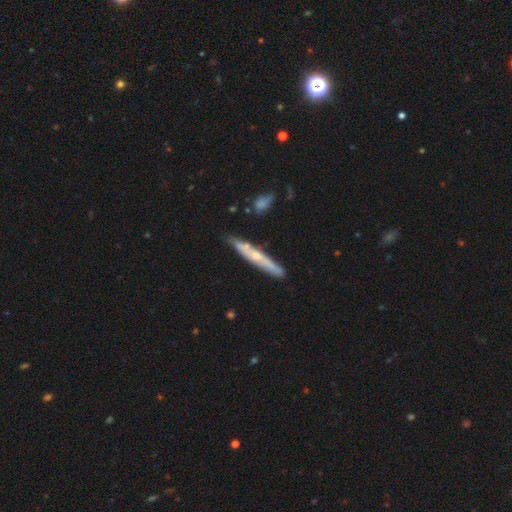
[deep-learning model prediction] The model was most divided on "smooth or featured": featured or disk: 59%, smooth: 35%, star or artifact: 6%. More confident: edge-on disk — yes (86%); merging — none (80%); edge-on bulge — rounded (60%).